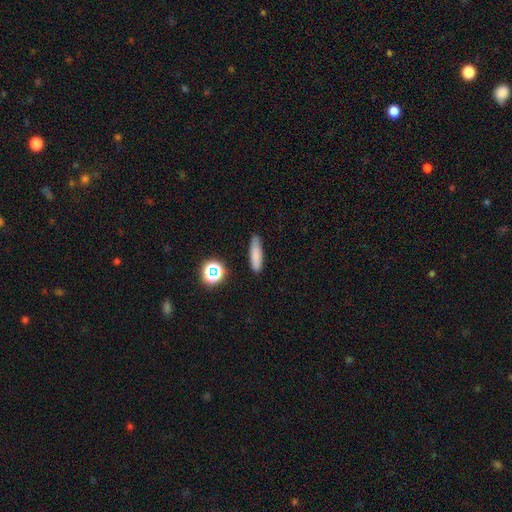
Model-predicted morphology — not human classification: This is likely a smooth galaxy (79%). How rounded: likely cigar-shaped (70%). Merging: clearly none (82%).